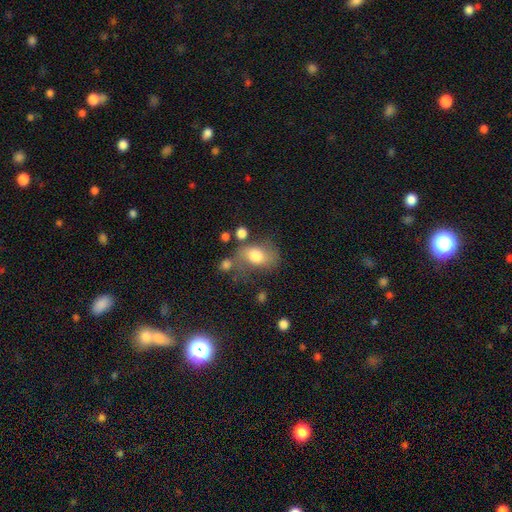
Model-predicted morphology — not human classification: smooth 66%, featured or disk 25%, star or artifact 9%. Down the decision tree: how rounded — in between (76%); merging — none (48%).